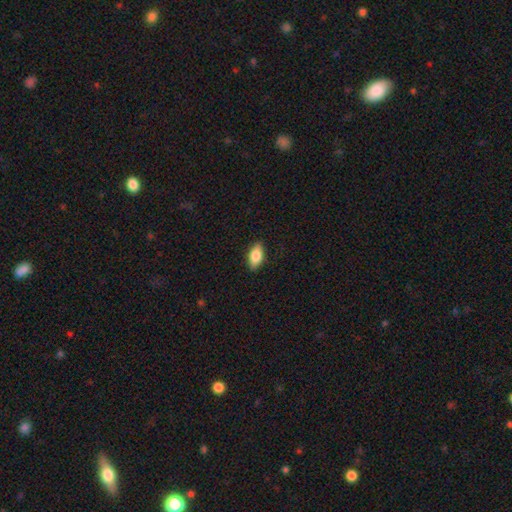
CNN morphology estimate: smooth-or-featured: smooth: 78% | featured or disk: 15% | star or artifact: 7%
  how-rounded: in between: 88% | cigar-shaped: 9% | round: 4%
  merging: none: 87% | minor disturbance: 10% | major disturbance: 2% | merger: 1%